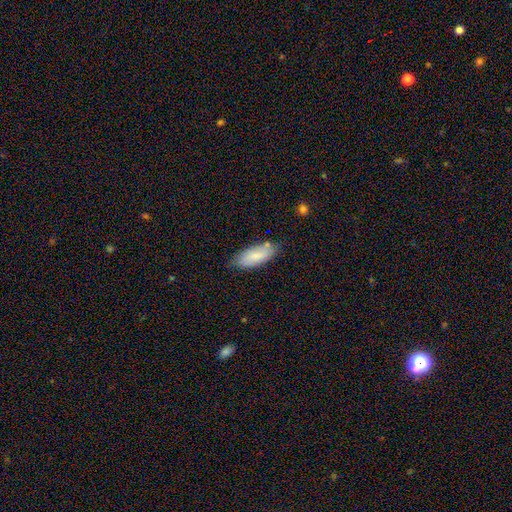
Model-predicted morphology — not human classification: type=smooth (81%); roundness=in between (77%); merging=none (74%).